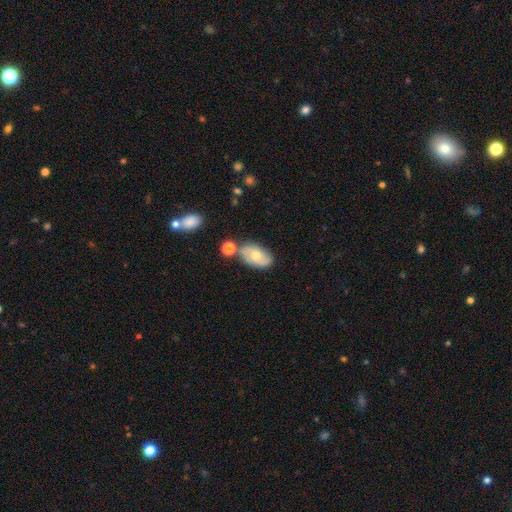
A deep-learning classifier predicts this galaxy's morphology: Q: Smooth or featured?
A: featured or disk (49%); runner-up: smooth (43%)
Q: Merging?
A: none (60%); runner-up: minor disturbance (20%)